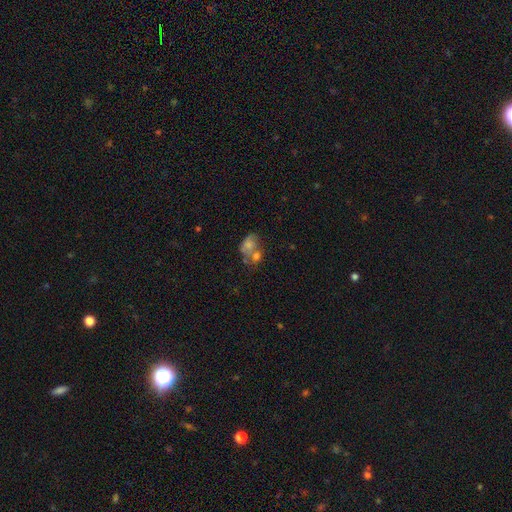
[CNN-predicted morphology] Smooth or featured? smooth (42%)
Merging? merger (44%)